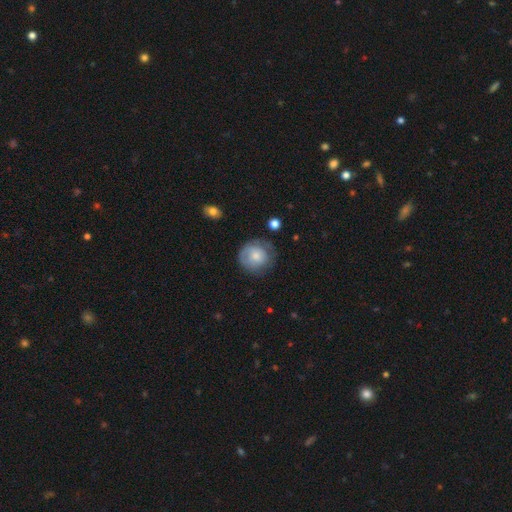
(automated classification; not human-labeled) smooth-or-featured: smooth: 63% | featured or disk: 29% | star or artifact: 7%
  how-rounded: round: 88% | in between: 11% | cigar-shaped: 1%
  merging: none: 65% | minor disturbance: 23% | major disturbance: 10% | merger: 2%